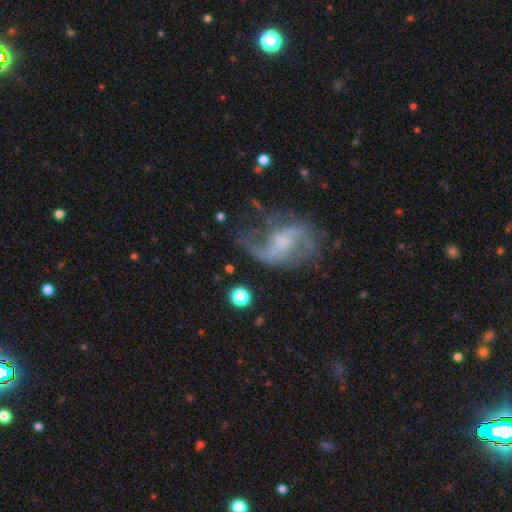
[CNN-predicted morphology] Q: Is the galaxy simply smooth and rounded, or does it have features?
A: featured or disk — 84%.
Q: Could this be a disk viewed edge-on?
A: no — 97%.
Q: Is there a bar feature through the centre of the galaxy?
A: weak — 46%.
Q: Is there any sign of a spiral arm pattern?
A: yes — 93%.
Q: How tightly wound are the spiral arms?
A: loose — 64%.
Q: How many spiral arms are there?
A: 2 — 83%.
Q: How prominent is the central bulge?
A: small — 43%.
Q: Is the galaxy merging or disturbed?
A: none — 59%.